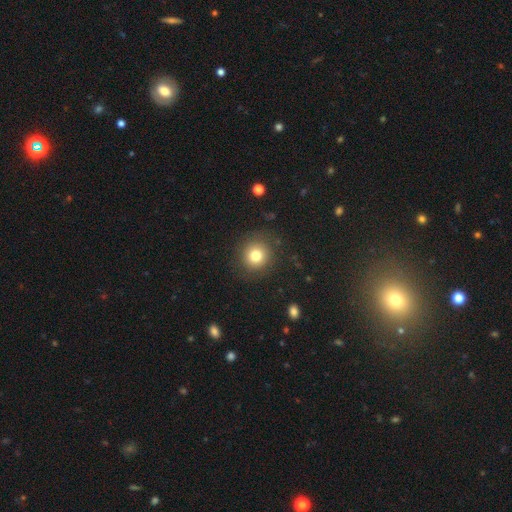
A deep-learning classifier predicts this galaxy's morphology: The model was most divided on "smooth or featured": smooth: 79%, star or artifact: 11%, featured or disk: 9%. More confident: how rounded — round (91%); merging — none (86%).